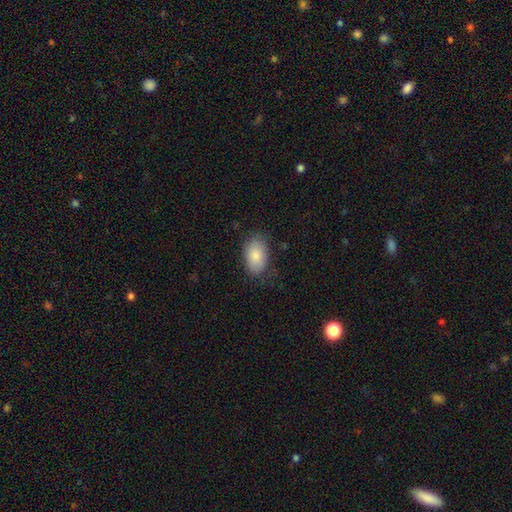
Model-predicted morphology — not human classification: Overall: smooth (85%). How rounded: in between (91%). Merging: none (78%).